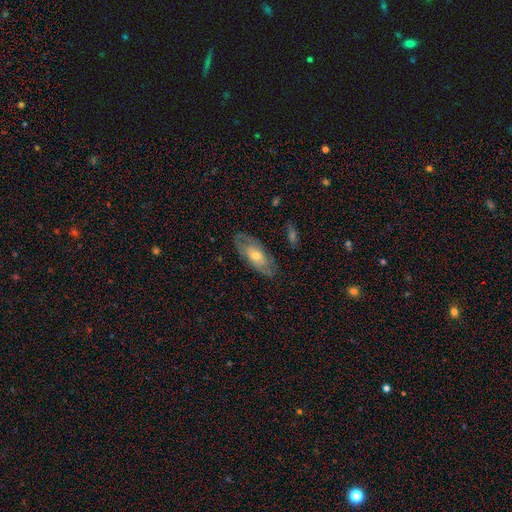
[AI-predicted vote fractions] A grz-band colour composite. It shows a featured or disk galaxy (56%). Merging: none (75%).